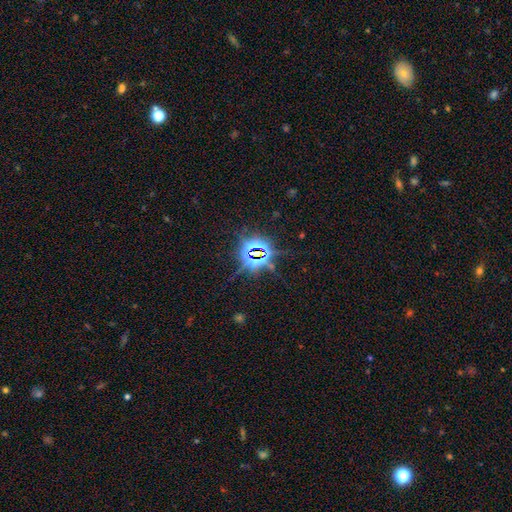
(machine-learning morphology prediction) Q: Smooth or featured?
A: star or artifact (83%); runner-up: smooth (9%)